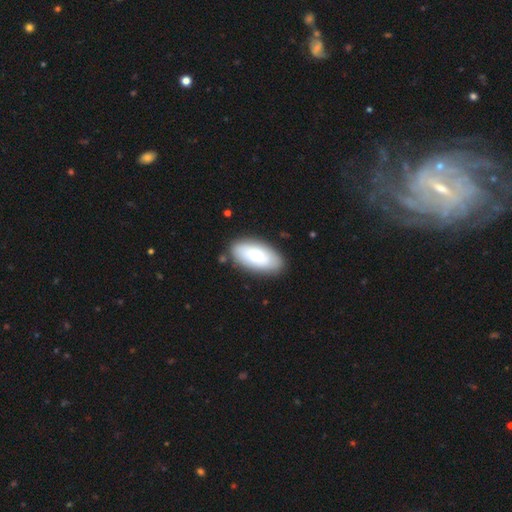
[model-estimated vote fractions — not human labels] The model was most divided on "smooth or featured": smooth: 73%, featured or disk: 21%, star or artifact: 6%. More confident: how rounded — in between (92%); merging — none (81%).